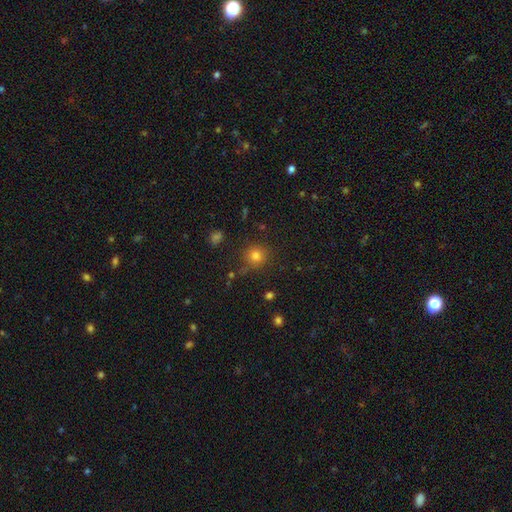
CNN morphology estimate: This appears to be a smooth galaxy with no disk features (78%) that is round (90%). Merging: none (80%).